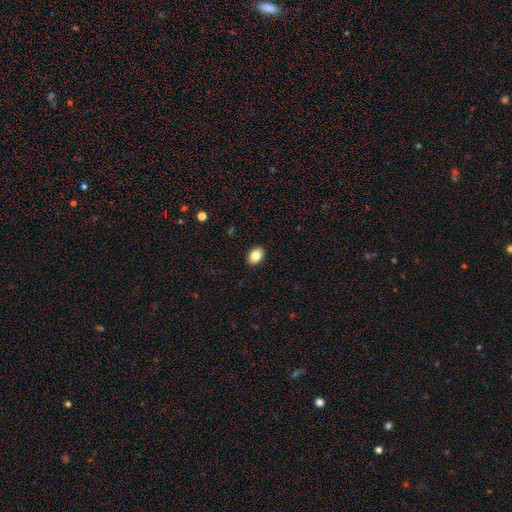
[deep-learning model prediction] smooth_or_featured: smooth (p=0.84) [alt: star or artifact p=0.08]
how_rounded: in between (p=0.75) [alt: round p=0.24]
merging: none (p=0.91) [alt: minor disturbance p=0.07]